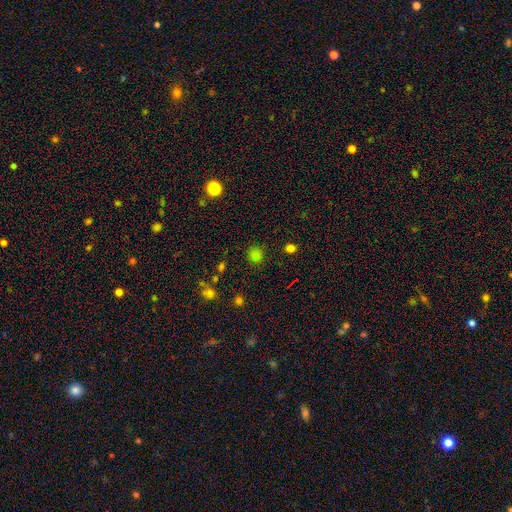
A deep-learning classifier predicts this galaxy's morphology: smooth-or-featured: smooth: 77% | star or artifact: 19% | featured or disk: 4%
  how-rounded: round: 87% | in between: 12% | cigar-shaped: 1%
  merging: none: 86% | minor disturbance: 9% | major disturbance: 3% | merger: 2%